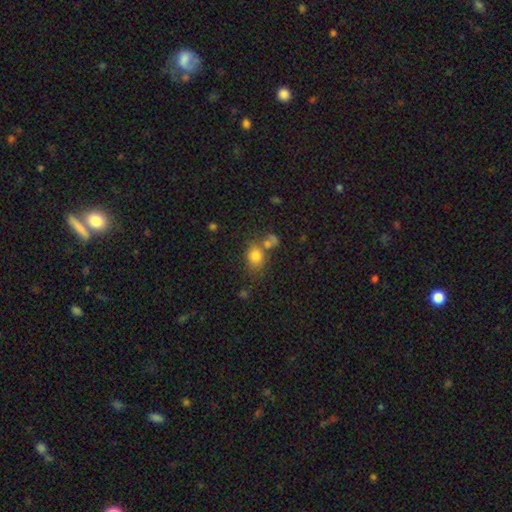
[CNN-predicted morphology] smooth-or-featured: smooth: 79% | star or artifact: 12% | featured or disk: 9%
  how-rounded: round: 53% | in between: 46% | cigar-shaped: 1%
  merging: none: 54% | merger: 26% | minor disturbance: 14% | major disturbance: 6%